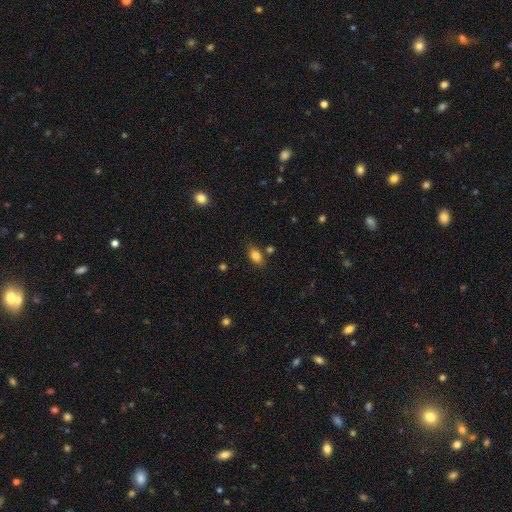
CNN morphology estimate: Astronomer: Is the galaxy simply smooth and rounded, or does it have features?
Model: smooth — 83%.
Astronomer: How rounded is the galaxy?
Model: in between — 87%.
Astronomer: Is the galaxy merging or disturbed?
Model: none — 77%.